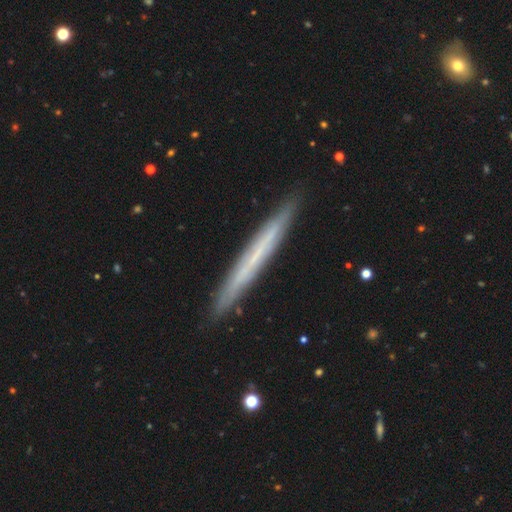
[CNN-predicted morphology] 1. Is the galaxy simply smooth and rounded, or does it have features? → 54% featured or disk, 39% smooth, 7% star or artifact.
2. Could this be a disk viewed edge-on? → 93% yes, 7% no.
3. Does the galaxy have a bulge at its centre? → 91% none, 6% rounded, 3% boxy.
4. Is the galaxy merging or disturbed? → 90% none, 8% minor disturbance, 1% major disturbance, 1% merger.